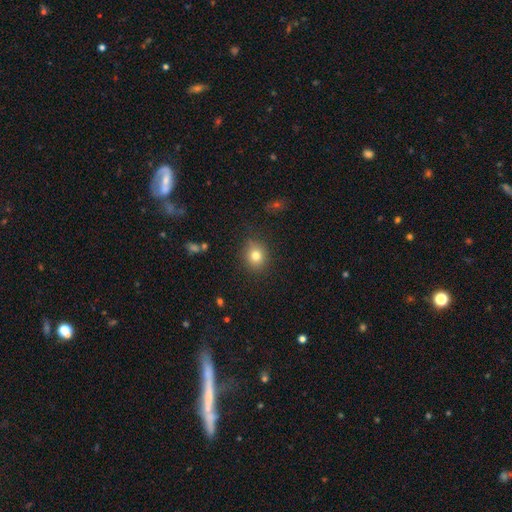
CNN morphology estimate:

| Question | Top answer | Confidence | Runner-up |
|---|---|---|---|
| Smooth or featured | smooth | 79% | star or artifact (12%) |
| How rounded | round | 79% | in between (20%) |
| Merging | none | 84% | minor disturbance (11%) |